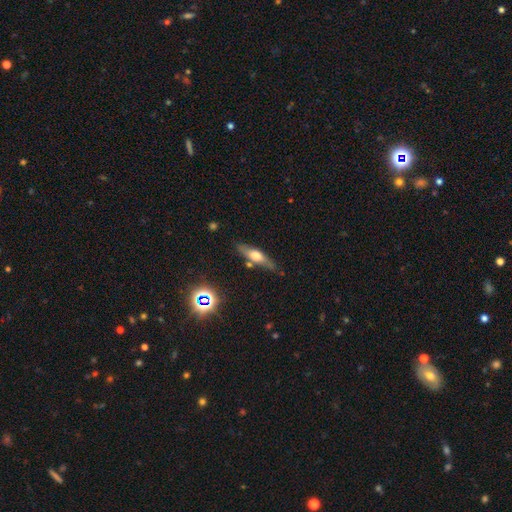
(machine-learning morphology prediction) type=featured or disk (53%); edge-on=yes (88%); merging=none (76%).